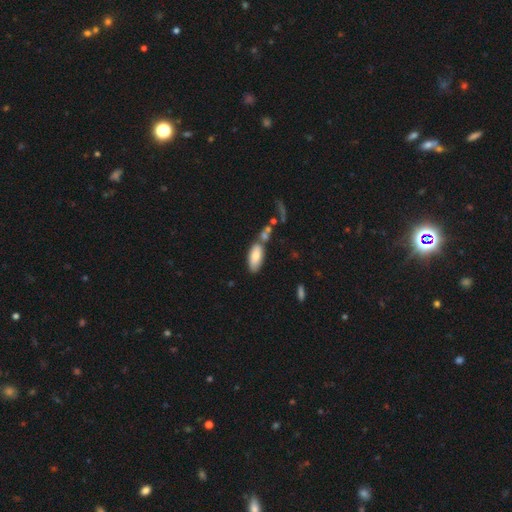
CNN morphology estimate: Smooth or featured?
  - smooth: 77% *
  - featured or disk: 16%
  - star or artifact: 7%
How rounded?
  - in between: 83% *
  - cigar-shaped: 15%
  - round: 2%
Merging?
  - none: 56% *
  - merger: 24%
  - minor disturbance: 16%
  - major disturbance: 5%